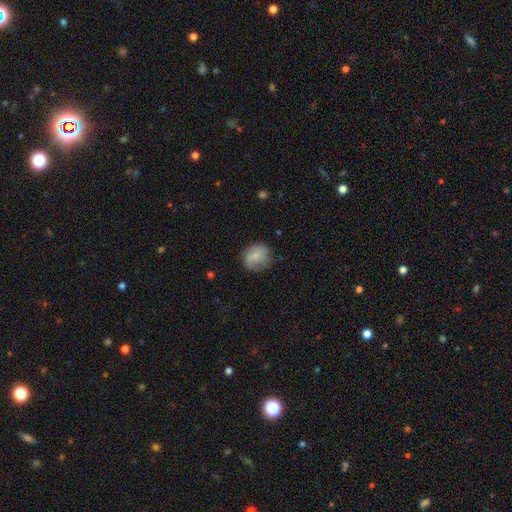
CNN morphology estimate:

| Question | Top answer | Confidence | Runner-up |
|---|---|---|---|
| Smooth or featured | smooth | 76% | featured or disk (16%) |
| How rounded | round | 70% | in between (29%) |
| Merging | none | 72% | minor disturbance (20%) |